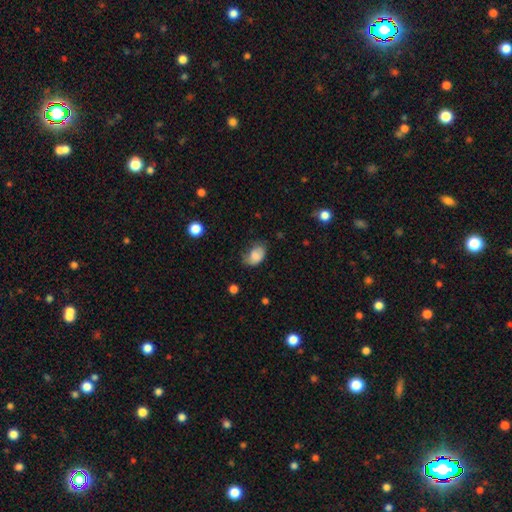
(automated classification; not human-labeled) Morphology: type=smooth (77%); roundness=in between (85%); merging=none (50%).